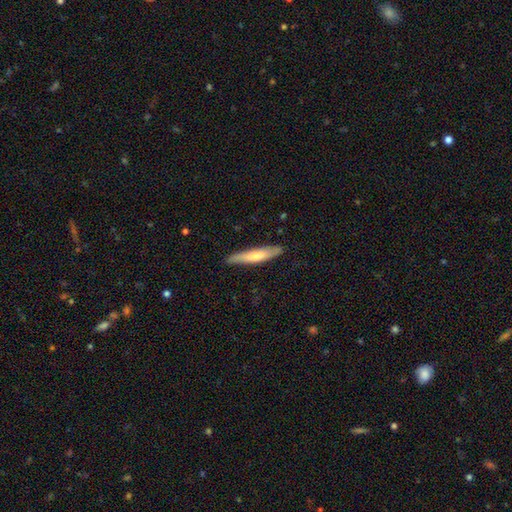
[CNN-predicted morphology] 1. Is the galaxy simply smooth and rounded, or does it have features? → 59% smooth, 36% featured or disk, 5% star or artifact.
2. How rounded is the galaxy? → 91% cigar-shaped, 8% in between, 1% round.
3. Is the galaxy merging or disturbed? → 85% none, 12% minor disturbance, 2% major disturbance, 1% merger.